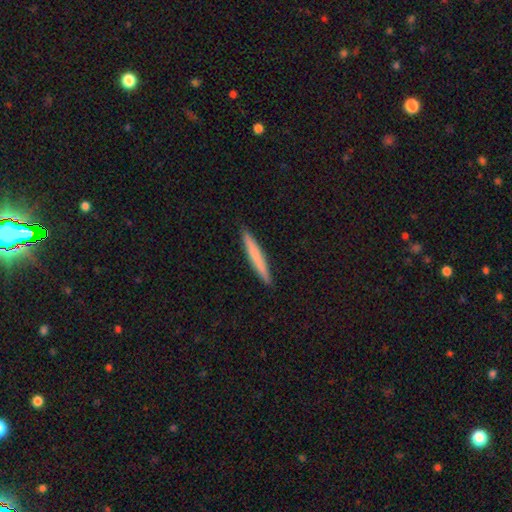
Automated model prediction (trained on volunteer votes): smooth 70%, featured or disk 25%, star or artifact 6%. Down the decision tree: how rounded — cigar-shaped (96%); merging — none (92%).